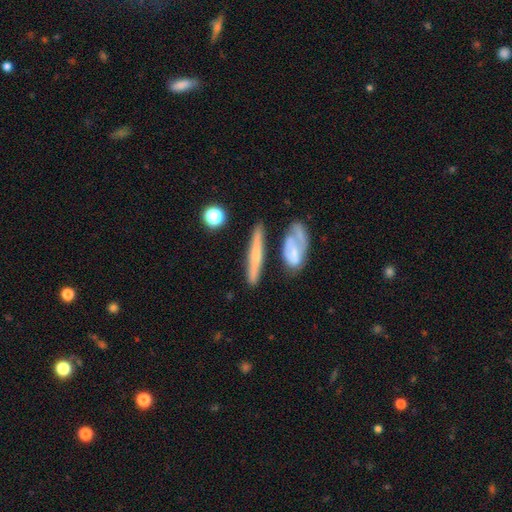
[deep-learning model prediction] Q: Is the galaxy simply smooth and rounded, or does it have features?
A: featured or disk — 50%.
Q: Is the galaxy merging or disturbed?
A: none — 72%.